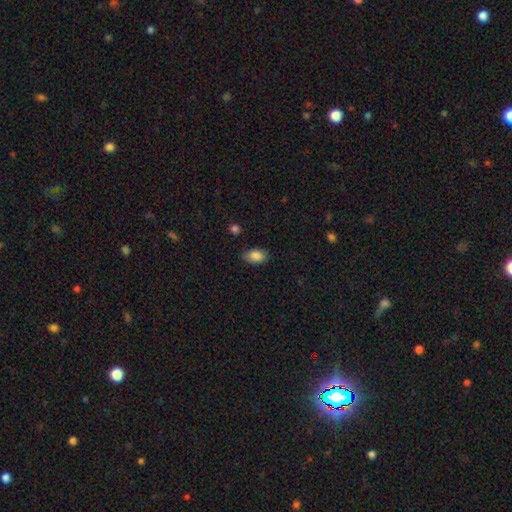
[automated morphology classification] Smooth or featured?
  - smooth: 87% *
  - star or artifact: 8%
  - featured or disk: 5%
How rounded?
  - in between: 92% *
  - round: 6%
  - cigar-shaped: 3%
Merging?
  - none: 83% *
  - minor disturbance: 13%
  - major disturbance: 3%
  - merger: 1%